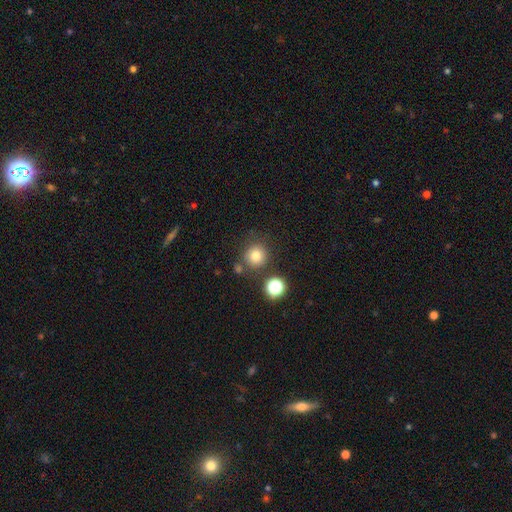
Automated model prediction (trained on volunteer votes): Smooth or featured? smooth (79%)
How rounded? round (91%)
Merging? none (77%)